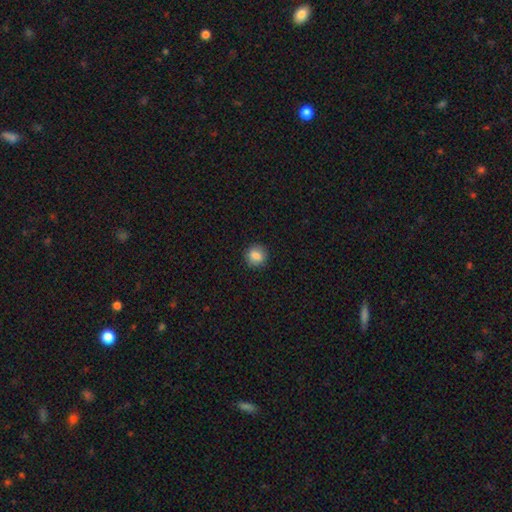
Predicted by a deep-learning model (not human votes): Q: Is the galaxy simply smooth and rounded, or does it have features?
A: smooth — 85%.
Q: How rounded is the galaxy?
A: round — 87%.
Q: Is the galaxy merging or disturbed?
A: none — 89%.